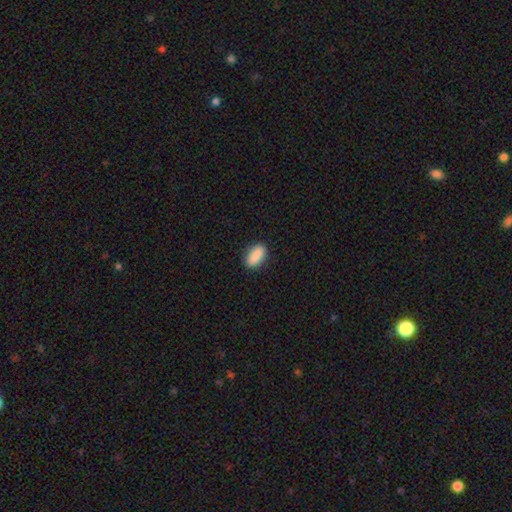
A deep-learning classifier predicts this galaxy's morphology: smooth-or-featured: smooth: 89% | star or artifact: 7% | featured or disk: 4%
  how-rounded: in between: 82% | cigar-shaped: 14% | round: 4%
  merging: none: 88% | minor disturbance: 9% | major disturbance: 2% | merger: 1%